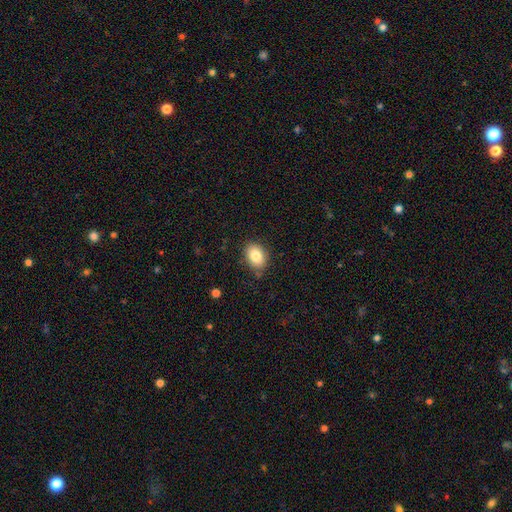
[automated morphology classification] The model was most divided on "how rounded": in between: 74%, round: 24%, cigar-shaped: 1%. More confident: smooth or featured — smooth (83%); merging — none (82%).